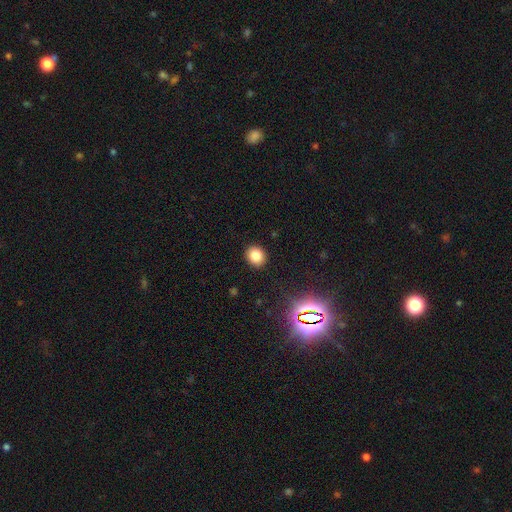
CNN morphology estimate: Overall: smooth (81%). How rounded: round (70%). Merging: none (91%).